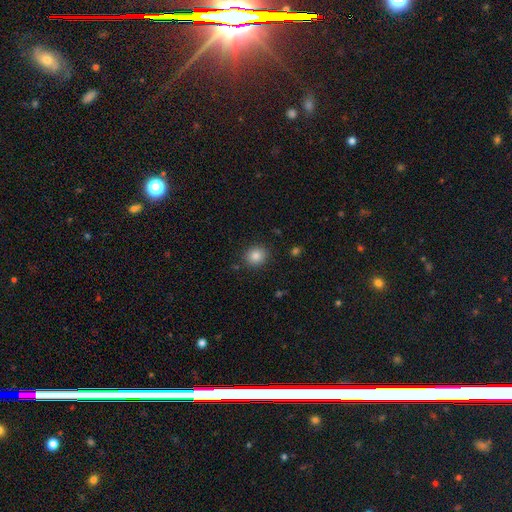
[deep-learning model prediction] Overall: smooth (84%). How rounded: round (82%). Merging: none (88%).